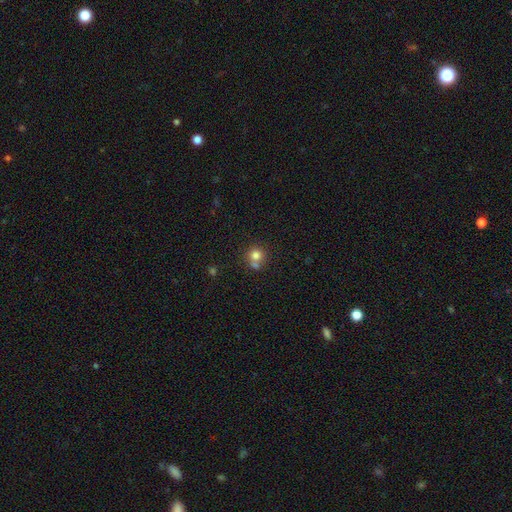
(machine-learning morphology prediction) Smooth or featured? Predicted: smooth (p=0.78). How rounded? Predicted: round (p=0.87). Merging? Predicted: none (p=0.53).